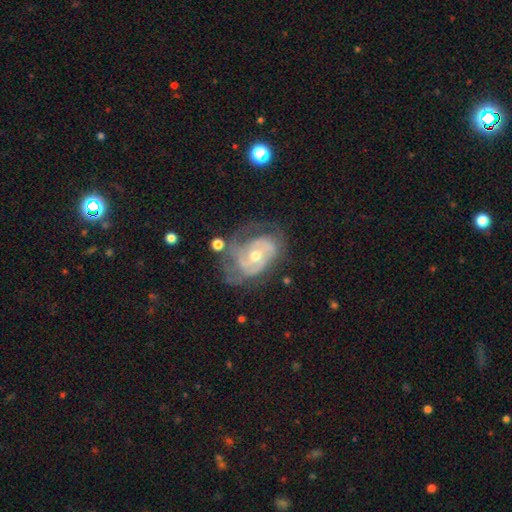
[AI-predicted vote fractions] Overall: featured or disk (80%). Edge-on disk: no (96%). Bar: no (69%). Spiral arms: yes (83%). Spiral arm count: can't tell (37%; 2 33%). Spiral winding: tight (54%; medium 33%). Bulge size: moderate (62%; small 33%). Merging: none (41%; major disturbance 27%).